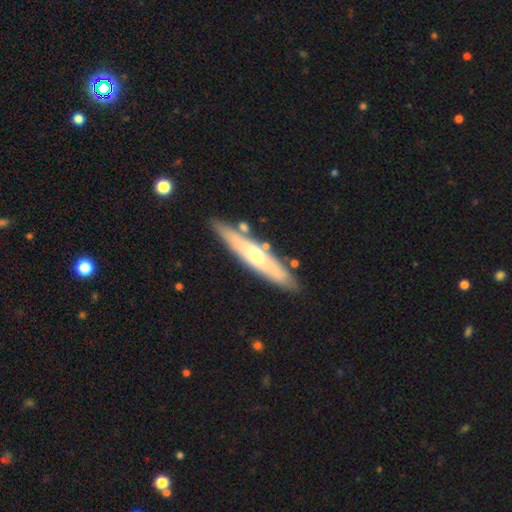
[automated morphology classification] A featured or disk galaxy (65%) viewed edge-on (79%) with a rounded central bulge (78%). Merging: none (81%).